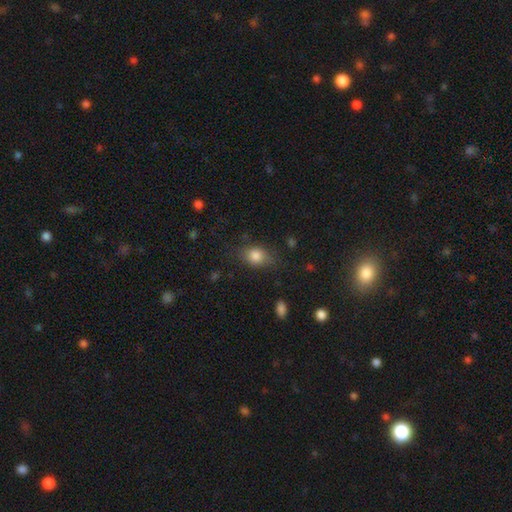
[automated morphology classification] Smooth or featured? Predicted: smooth (p=0.82). How rounded? Predicted: in between (p=0.69). Merging? Predicted: none (p=0.72).